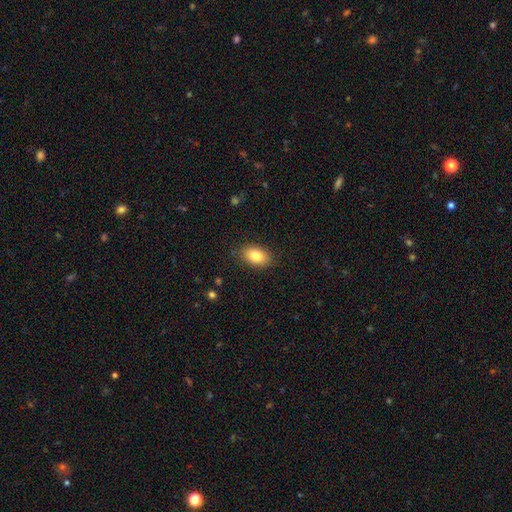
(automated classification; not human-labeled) This is clearly a smooth galaxy (83%). How rounded: clearly in between (87%). Merging: clearly none (85%).